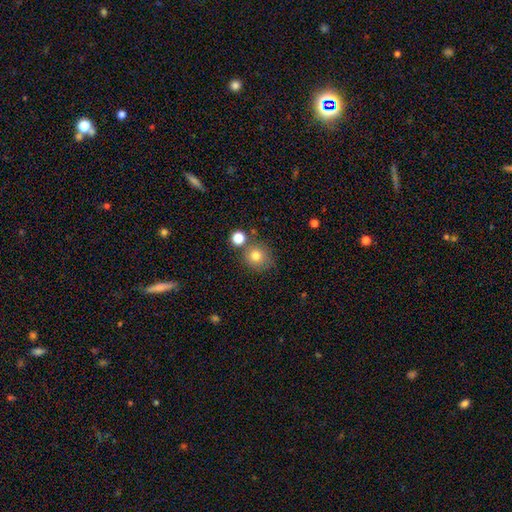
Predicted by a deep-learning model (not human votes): Smooth or featured? Predicted: smooth (p=0.78). How rounded? Predicted: round (p=0.87). Merging? Predicted: none (p=0.68).